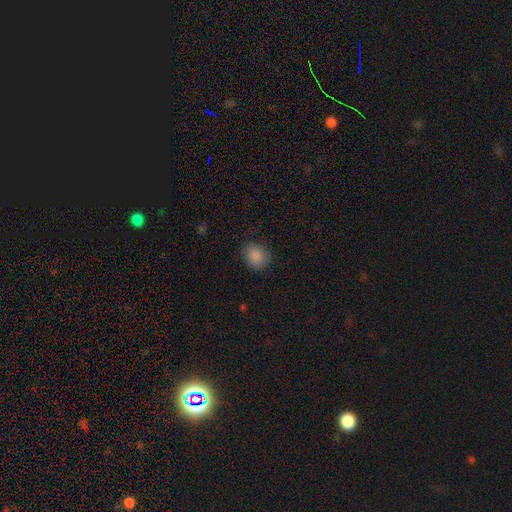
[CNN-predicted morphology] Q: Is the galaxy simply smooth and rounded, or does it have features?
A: smooth — 87%.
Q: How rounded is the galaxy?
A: round — 69%.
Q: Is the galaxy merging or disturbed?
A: none — 85%.